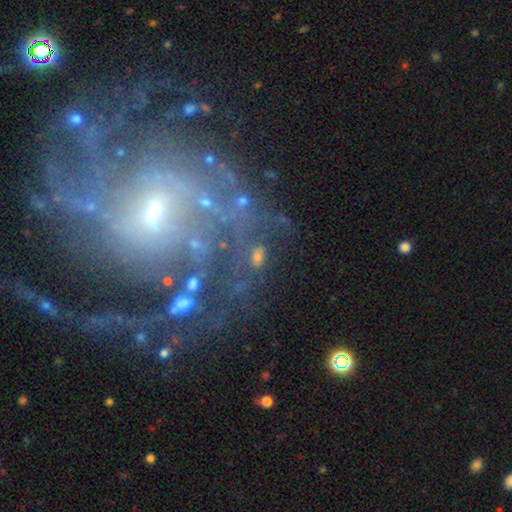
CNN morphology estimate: Smooth or featured? Predicted: featured or disk (p=0.48). Merging? Predicted: none (p=0.52).